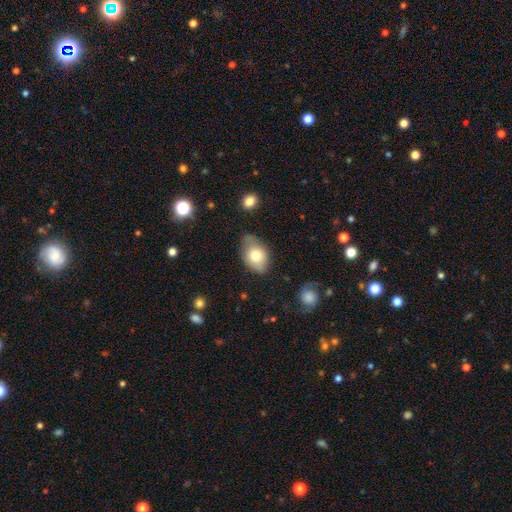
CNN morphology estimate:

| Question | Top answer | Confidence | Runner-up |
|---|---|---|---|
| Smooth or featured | smooth | 74% | featured or disk (17%) |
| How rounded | in between | 82% | round (17%) |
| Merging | none | 61% | minor disturbance (30%) |